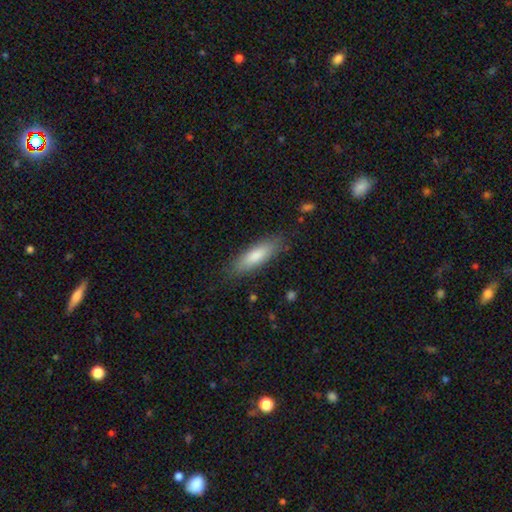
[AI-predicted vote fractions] Overall: smooth (81%). How rounded: cigar-shaped (55%; in between 43%). Merging: none (84%).